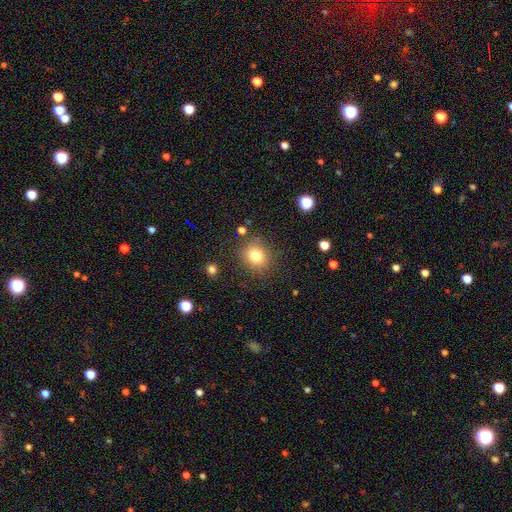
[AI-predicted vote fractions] This appears to be a smooth galaxy with no disk features (79%) that is round (79%). Merging: none (83%).